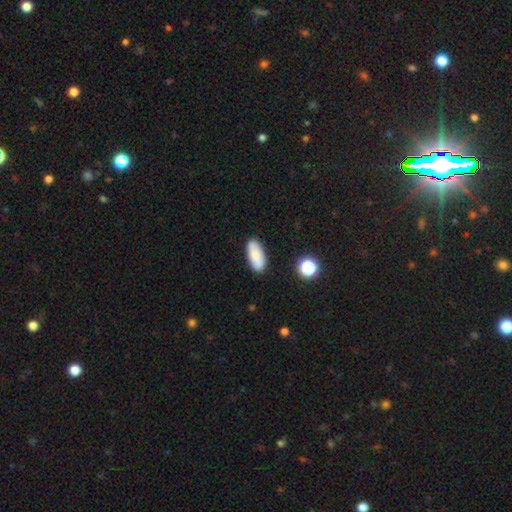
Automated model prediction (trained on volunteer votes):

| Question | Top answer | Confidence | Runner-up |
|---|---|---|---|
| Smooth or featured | smooth | 79% | featured or disk (13%) |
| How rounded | in between | 82% | cigar-shaped (15%) |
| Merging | none | 85% | minor disturbance (10%) |